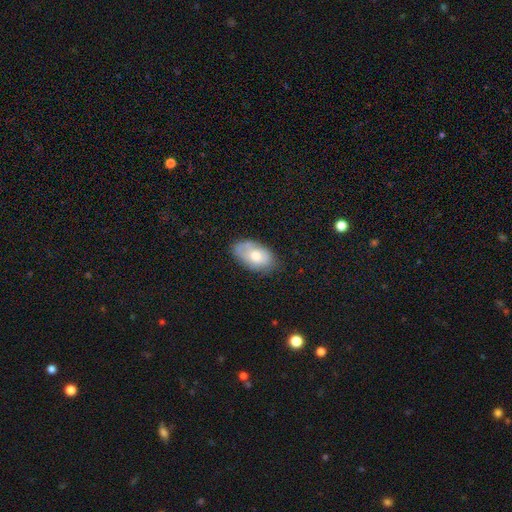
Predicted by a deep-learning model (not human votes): smooth 65%, featured or disk 28%, star or artifact 7%. Down the decision tree: how rounded — in between (92%); merging — none (68%).